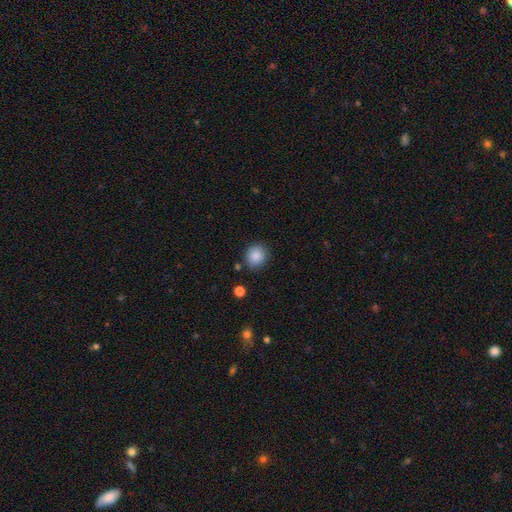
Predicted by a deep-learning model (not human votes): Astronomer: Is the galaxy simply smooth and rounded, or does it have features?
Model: smooth — 87%.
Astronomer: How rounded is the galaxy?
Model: round — 82%.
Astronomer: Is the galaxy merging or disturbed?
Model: none — 83%.